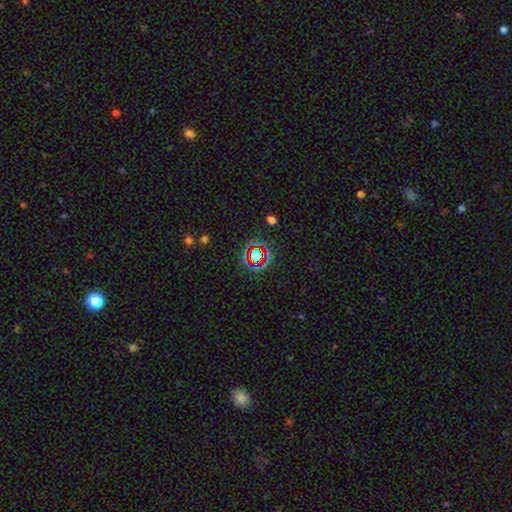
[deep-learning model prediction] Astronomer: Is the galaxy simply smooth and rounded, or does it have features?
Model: star or artifact — 69%.